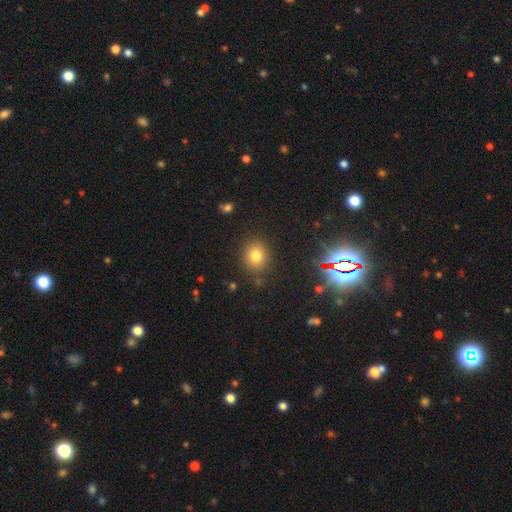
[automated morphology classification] A smooth galaxy with no disk features (77%) that is round (72%).

Vote fractions:
- Smooth or featured? smooth: 77% / star or artifact: 15% / featured or disk: 8%
- How rounded? round: 72% / in between: 27% / cigar-shaped: 1%
- Merging? none: 85% / minor disturbance: 9% / major disturbance: 3% / merger: 3%